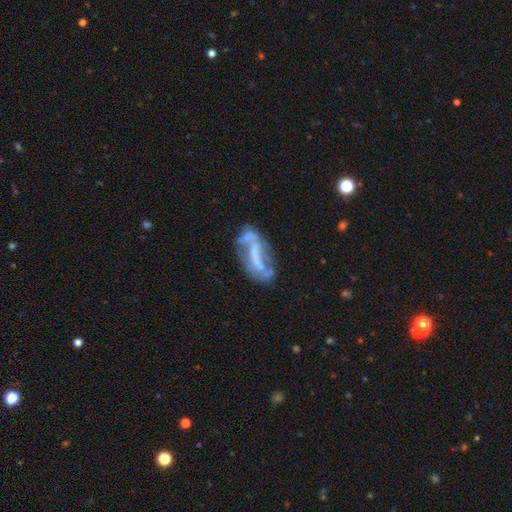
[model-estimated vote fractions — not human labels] smooth_or_featured: featured or disk (p=0.72) [alt: smooth p=0.19]
disk_edge_on: no (p=0.93) [alt: yes p=0.07]
bar: strong (p=0.41) [alt: weak p=0.32]
has_spiral_arms: yes (p=0.62) [alt: no p=0.38]
bulge_size: none (p=0.53) [alt: small p=0.25]
merging: none (p=0.49) [alt: minor disturbance p=0.23]